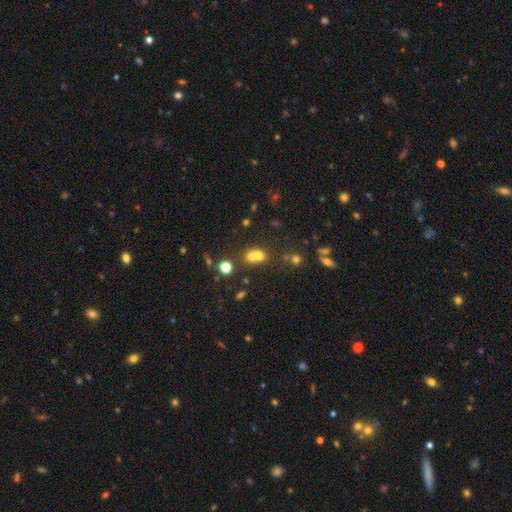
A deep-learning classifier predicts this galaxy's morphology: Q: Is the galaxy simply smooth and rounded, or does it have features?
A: smooth — 65%.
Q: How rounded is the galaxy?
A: round — 69%.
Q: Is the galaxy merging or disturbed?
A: merger — 60%.